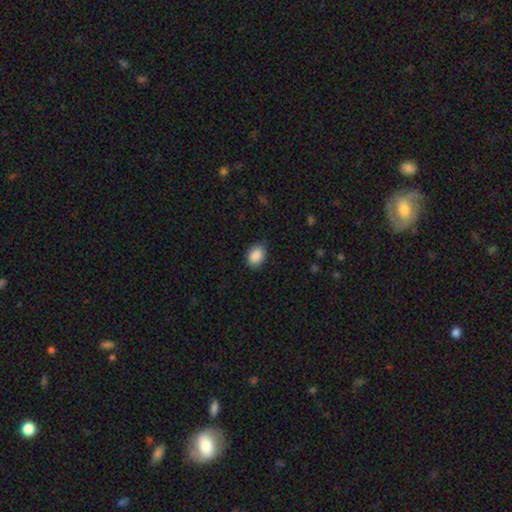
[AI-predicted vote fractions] A smooth galaxy with no disk features (89%) that is in between round and cigar-shaped (71%).

Vote fractions:
- Smooth or featured? smooth: 89% / star or artifact: 7% / featured or disk: 4%
- How rounded? in between: 71% / round: 28% / cigar-shaped: 1%
- Merging? none: 83% / minor disturbance: 13% / major disturbance: 2% / merger: 1%